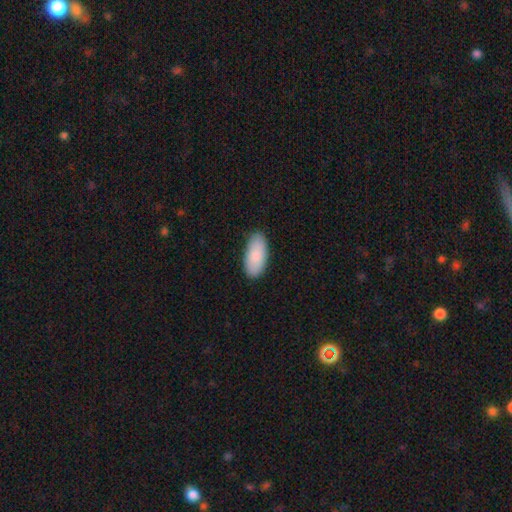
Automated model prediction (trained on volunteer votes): Morphology: type=smooth (88%); roundness=in between (92%); merging=none (85%).